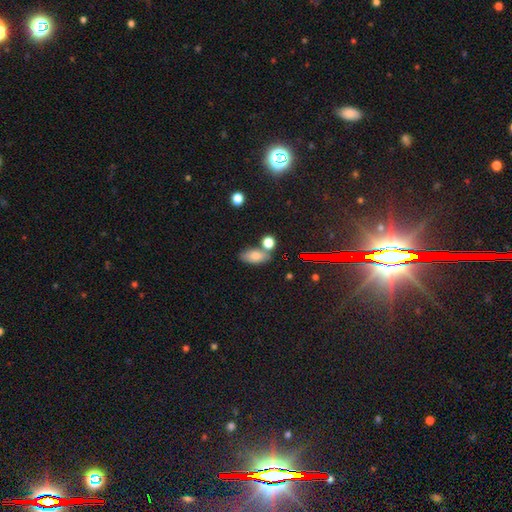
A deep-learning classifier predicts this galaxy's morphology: This is likely a smooth galaxy (77%). How rounded: clearly in between (86%). Merging: likely none (61%).